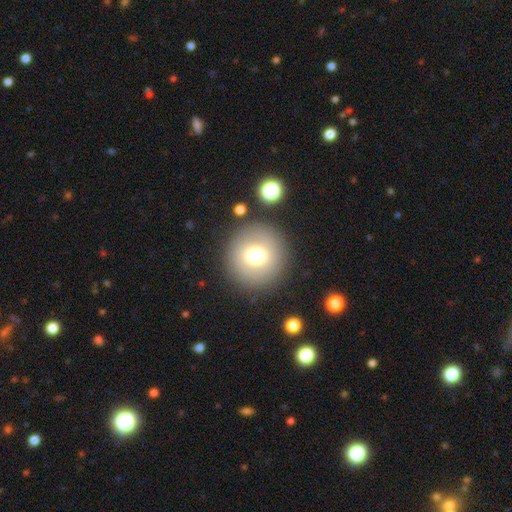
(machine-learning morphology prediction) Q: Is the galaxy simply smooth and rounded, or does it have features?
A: smooth — 70%.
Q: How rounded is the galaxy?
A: round — 95%.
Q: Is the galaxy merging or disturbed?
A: none — 86%.